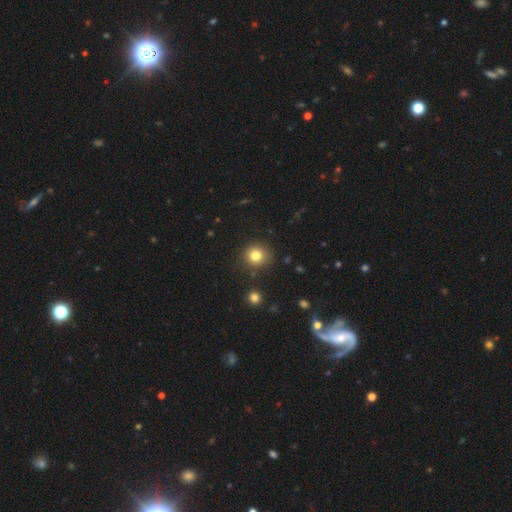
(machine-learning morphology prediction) smooth-or-featured: smooth: 81% | star or artifact: 12% | featured or disk: 7%
  how-rounded: round: 90% | in between: 9% | cigar-shaped: 1%
  merging: none: 86% | minor disturbance: 8% | merger: 3% | major disturbance: 3%